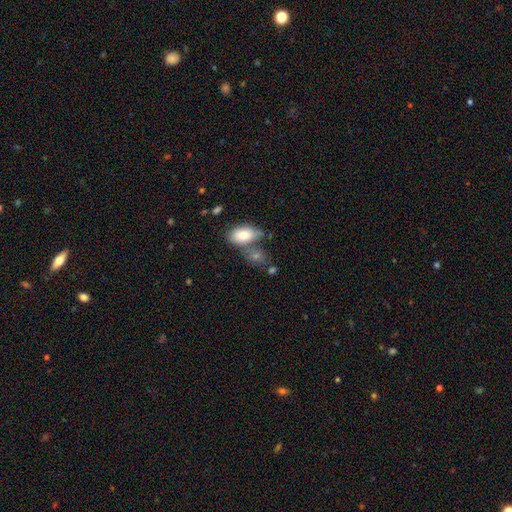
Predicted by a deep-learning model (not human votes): This is likely a smooth galaxy (72%). How rounded: likely in between (80%). Merging: marginally none (45%).